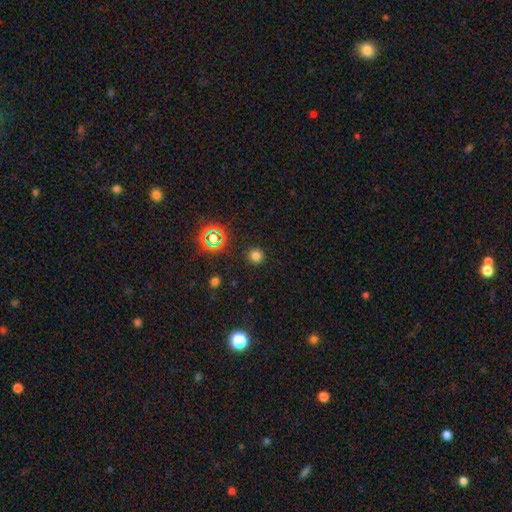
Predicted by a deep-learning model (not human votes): This appears to be a smooth galaxy with no disk features (75%) that is round (94%). Merging: none (91%).